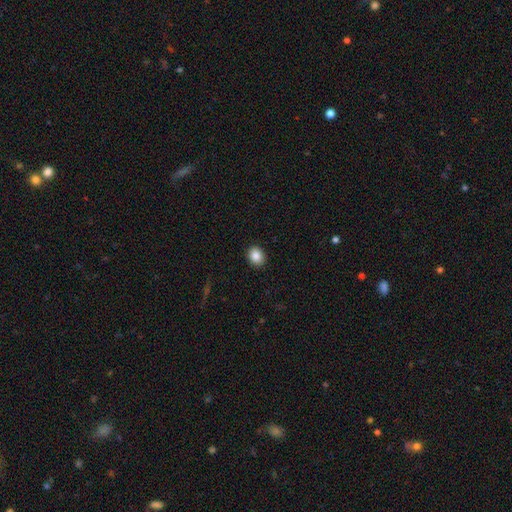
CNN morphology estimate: A smooth galaxy with no disk features (86%) that is round (54%).

Vote fractions:
- Smooth or featured? smooth: 86% / star or artifact: 9% / featured or disk: 5%
- How rounded? round: 54% / in between: 46% / cigar-shaped: 1%
- Merging? none: 91% / minor disturbance: 6% / major disturbance: 2% / merger: 1%